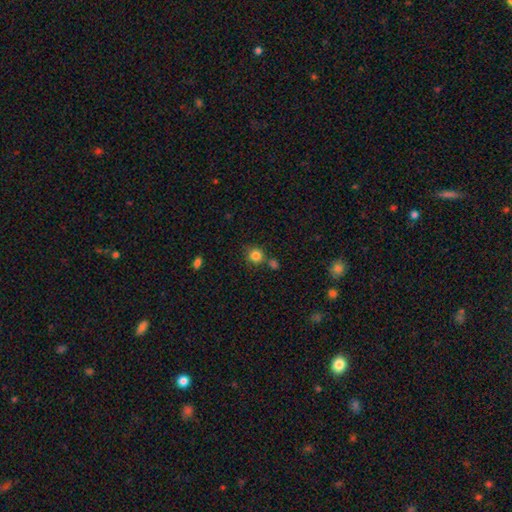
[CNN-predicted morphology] Smooth or featured?
  - smooth: 83% *
  - star or artifact: 12%
  - featured or disk: 6%
How rounded?
  - round: 89% *
  - in between: 10%
  - cigar-shaped: 1%
Merging?
  - none: 70% *
  - merger: 14%
  - minor disturbance: 12%
  - major disturbance: 4%